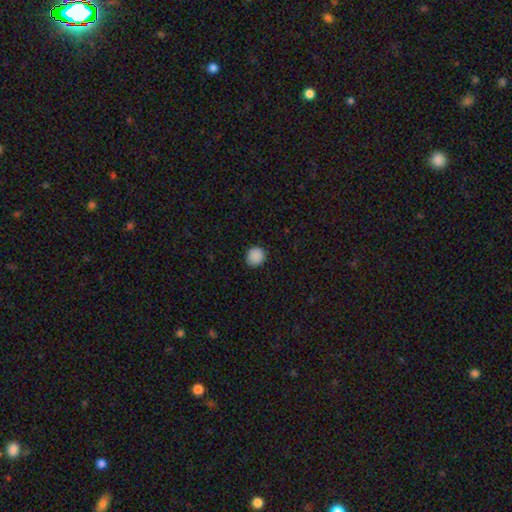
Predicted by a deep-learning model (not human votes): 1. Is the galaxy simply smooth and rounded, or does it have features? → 89% smooth, 9% star or artifact, 2% featured or disk.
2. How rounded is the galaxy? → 89% round, 10% in between, 1% cigar-shaped.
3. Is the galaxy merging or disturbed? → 89% none, 8% minor disturbance, 2% major disturbance, 1% merger.